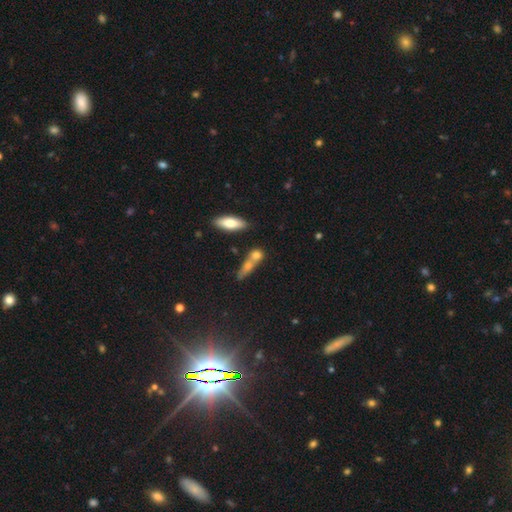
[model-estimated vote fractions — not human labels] This appears to be a smooth galaxy with no disk features (69%) that is in between round and cigar-shaped (34%, tied with cigar-shaped). Merging: merger (44%).